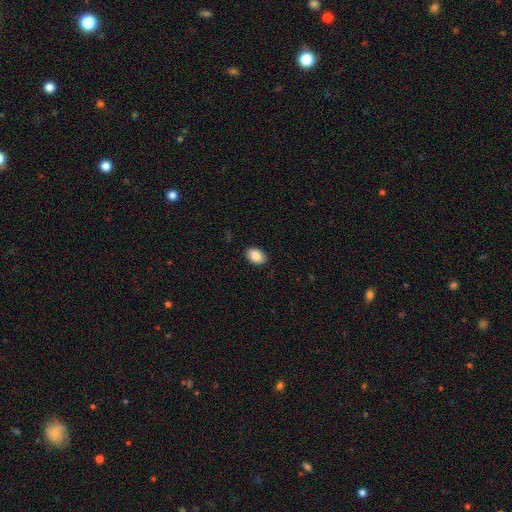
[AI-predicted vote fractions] Overall: smooth (87%). How rounded: in between (85%). Merging: none (88%).